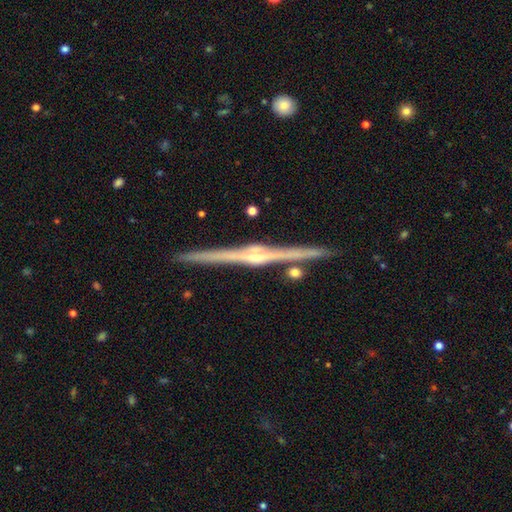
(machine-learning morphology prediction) A featured or disk galaxy (89%) viewed edge-on (99%) with a rounded central bulge (85%).

Vote fractions:
- Smooth or featured? featured or disk: 89% / smooth: 6% / star or artifact: 5%
- Edge-on disk? yes: 99% / no: 1%
- Edge-on bulge? rounded: 85% / none: 8% / boxy: 7%
- Merging? none: 90% / minor disturbance: 6% / merger: 3% / major disturbance: 1%